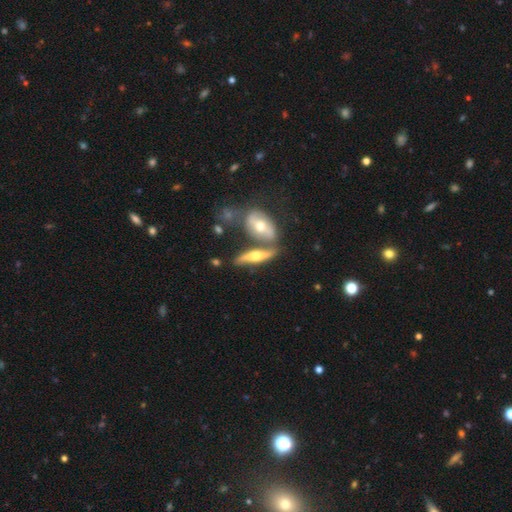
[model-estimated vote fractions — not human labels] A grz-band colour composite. It shows a featured or disk galaxy (60%) viewed edge-on (79%). Merging: none (50%).